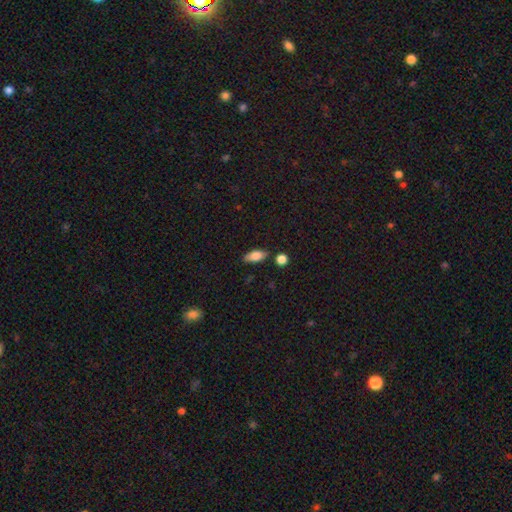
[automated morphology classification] Smooth or featured?
  - smooth: 80% *
  - featured or disk: 12%
  - star or artifact: 8%
How rounded?
  - in between: 82% *
  - cigar-shaped: 14%
  - round: 4%
Merging?
  - none: 78% *
  - minor disturbance: 14%
  - merger: 5%
  - major disturbance: 3%